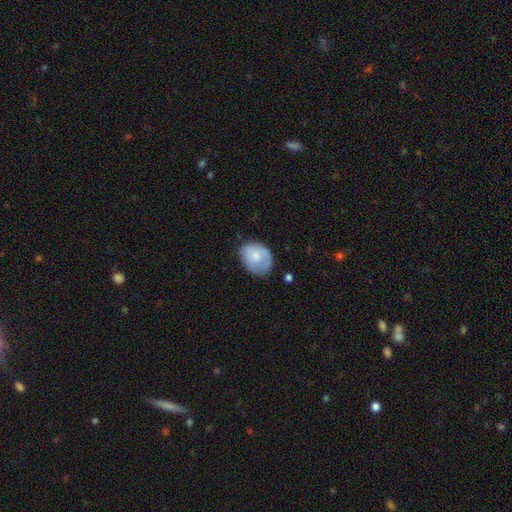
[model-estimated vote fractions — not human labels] This appears to be a smooth galaxy with no disk features (68%) that is in between round and cigar-shaped (56%). Merging: none (60%).